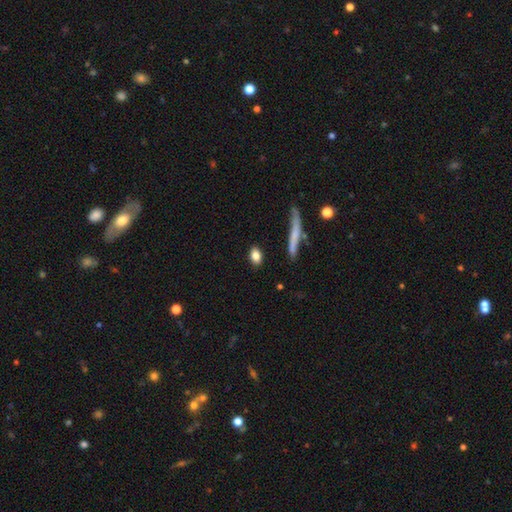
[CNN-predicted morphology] smooth-or-featured: smooth: 84% | featured or disk: 9% | star or artifact: 7%
  how-rounded: in between: 80% | round: 13% | cigar-shaped: 7%
  merging: none: 86% | minor disturbance: 9% | major disturbance: 2% | merger: 2%